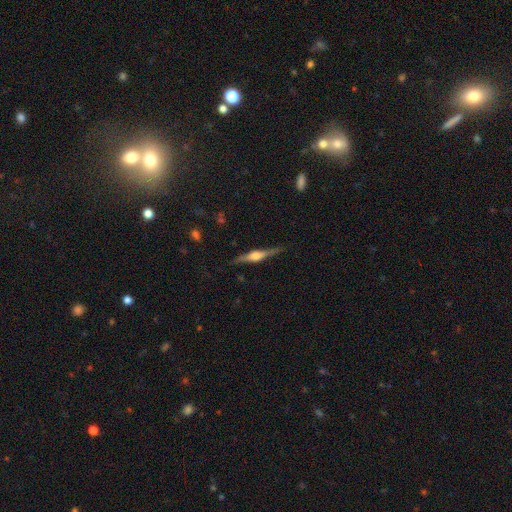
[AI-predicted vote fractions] smooth_or_featured: featured or disk (p=0.80) [alt: smooth p=0.14]
disk_edge_on: yes (p=0.98) [alt: no p=0.02]
edge_on_bulge: rounded (p=0.86) [alt: boxy p=0.11]
merging: none (p=0.87) [alt: minor disturbance p=0.09]